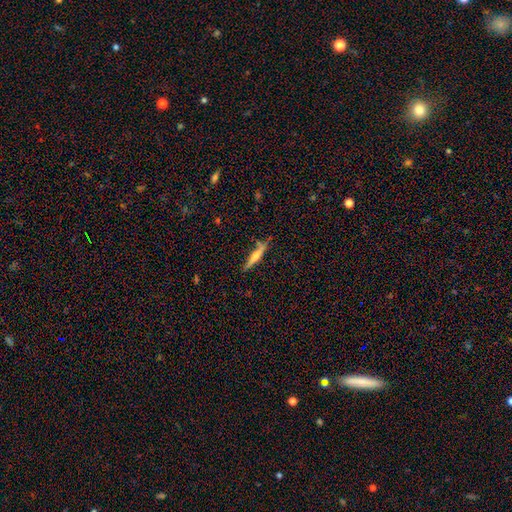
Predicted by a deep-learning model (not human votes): smooth-or-featured: featured or disk: 53% | smooth: 40% | star or artifact: 7%
  disk-edge-on: yes: 95% | no: 5%
    edge-on-bulge: rounded: 78% | none: 13% | boxy: 9%
  merging: none: 76% | minor disturbance: 16% | merger: 4% | major disturbance: 3%